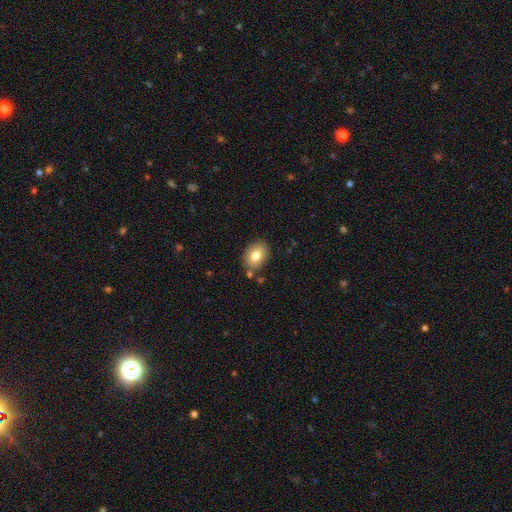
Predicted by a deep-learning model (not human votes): A smooth galaxy with no disk features (81%) that is in between round and cigar-shaped (77%).

Vote fractions:
- Smooth or featured? smooth: 81% / featured or disk: 11% / star or artifact: 8%
- How rounded? in between: 77% / round: 22% / cigar-shaped: 1%
- Merging? none: 81% / minor disturbance: 11% / merger: 5% / major disturbance: 3%